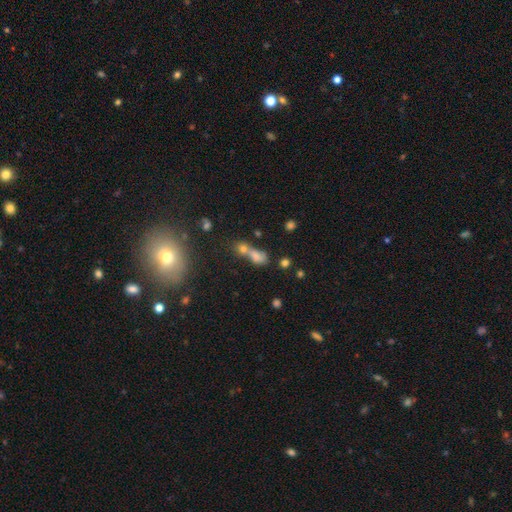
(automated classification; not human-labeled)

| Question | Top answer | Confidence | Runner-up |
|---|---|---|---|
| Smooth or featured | smooth | 69% | star or artifact (17%) |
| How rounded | in between | 66% | round (24%) |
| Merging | merger | 60% | none (23%) |